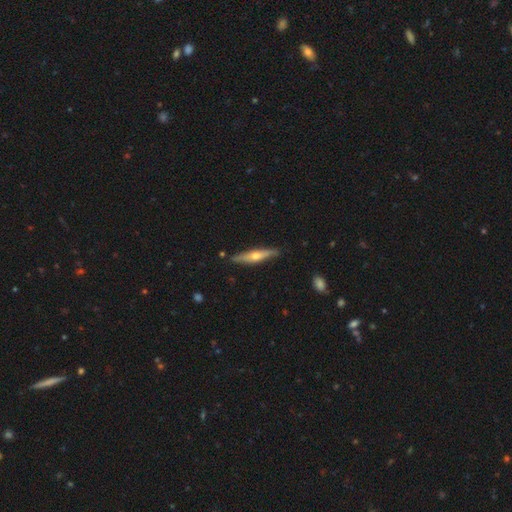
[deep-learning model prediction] Smooth or featured: featured or disk — 61% (smooth — 33%)
Edge-on disk: yes — 95% (no — 5%)
Edge-on bulge: rounded — 90% (none — 6%)
Merging: none — 86% (minor disturbance — 10%)